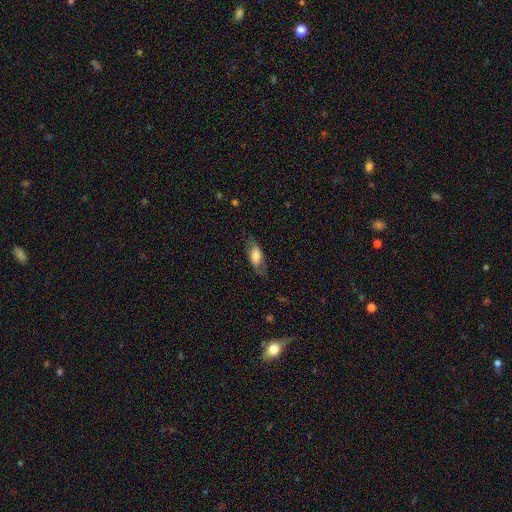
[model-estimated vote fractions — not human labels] This appears to be a smooth galaxy with no disk features (66%) that is in between round and cigar-shaped (84%). Merging: none (71%).